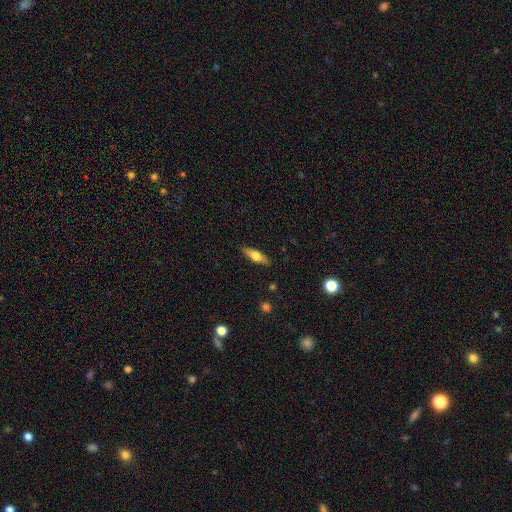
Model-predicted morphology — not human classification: Q: Smooth or featured?
A: smooth (57%); runner-up: featured or disk (37%)
Q: How rounded?
A: cigar-shaped (49%); runner-up: in between (48%)
Q: Merging?
A: none (88%); runner-up: minor disturbance (9%)